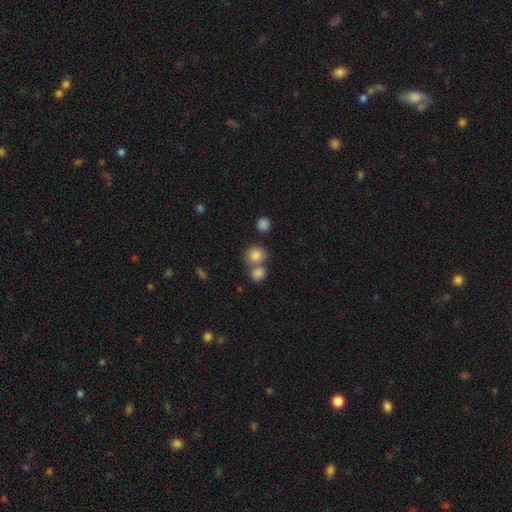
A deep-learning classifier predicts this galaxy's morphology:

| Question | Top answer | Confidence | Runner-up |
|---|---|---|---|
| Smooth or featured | smooth | 83% | star or artifact (10%) |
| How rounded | round | 81% | in between (18%) |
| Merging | none | 50% | merger (39%) |